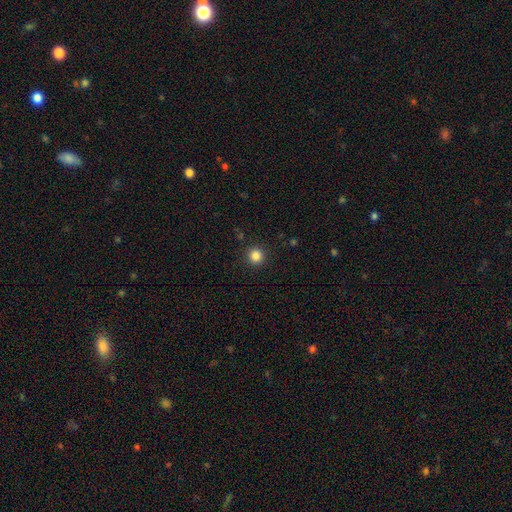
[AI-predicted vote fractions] Overall: smooth (85%). How rounded: round (95%). Merging: none (92%).